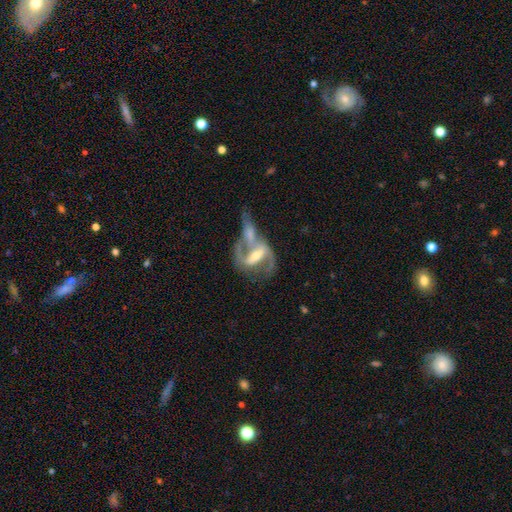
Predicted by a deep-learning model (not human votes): featured or disk 86%, smooth 9%, star or artifact 6%. Down the decision tree: edge-on disk — no (94%); bar — strong (60%); spiral arms — yes (90%); spiral arm count — 2 (86%); spiral winding — medium (48%); bulge size — moderate (51%); merging — merger (45%).